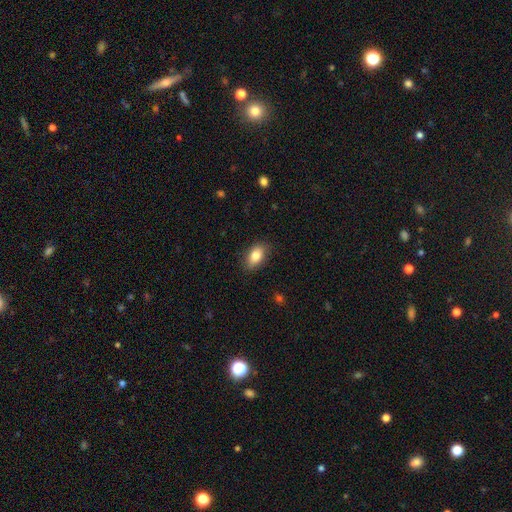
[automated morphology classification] A smooth galaxy with no disk features (82%) that is in between round and cigar-shaped (88%).

Vote fractions:
- Smooth or featured? smooth: 82% / featured or disk: 11% / star or artifact: 7%
- How rounded? in between: 88% / round: 8% / cigar-shaped: 3%
- Merging? none: 85% / minor disturbance: 12% / major disturbance: 3% / merger: 1%